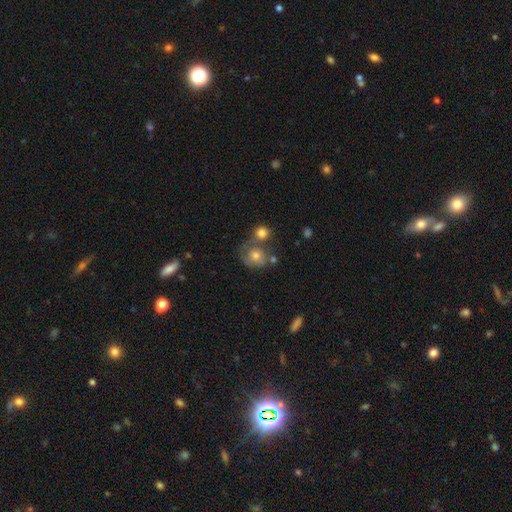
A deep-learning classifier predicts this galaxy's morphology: Overall: smooth (62%; featured or disk 28%). How rounded: round (74%). Merging: none (37%; merger 34%).